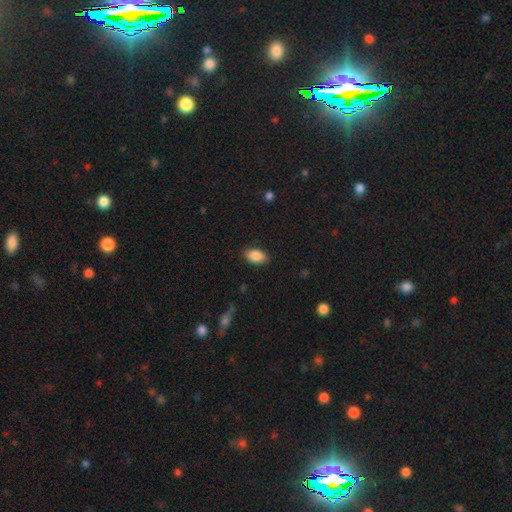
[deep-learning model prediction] Smooth or featured? smooth (89%)
How rounded? in between (92%)
Merging? none (86%)